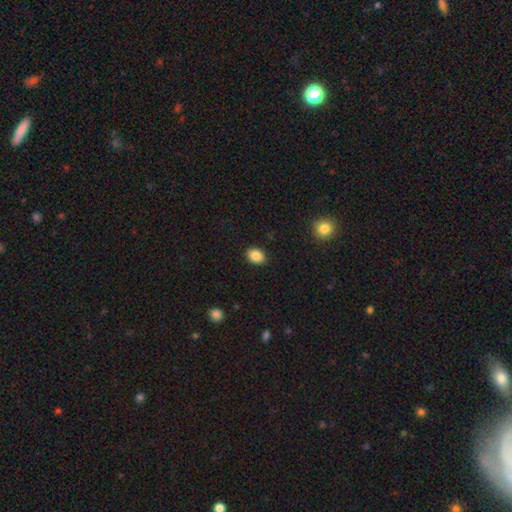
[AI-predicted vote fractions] Smooth or featured?
  - smooth: 87% *
  - star or artifact: 9%
  - featured or disk: 4%
How rounded?
  - in between: 64% *
  - round: 35%
  - cigar-shaped: 1%
Merging?
  - none: 89% *
  - minor disturbance: 8%
  - major disturbance: 2%
  - merger: 1%